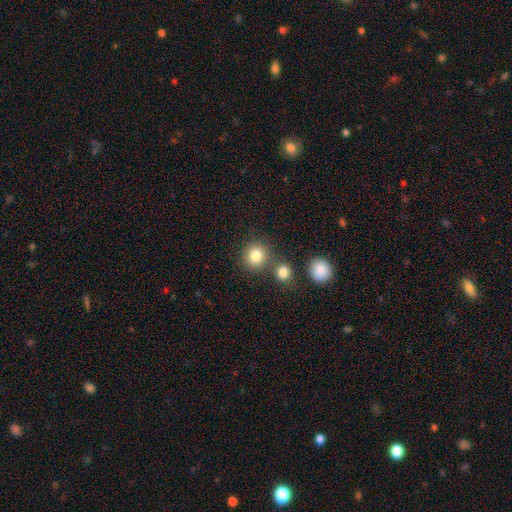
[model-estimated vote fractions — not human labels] This is clearly a smooth galaxy (82%). How rounded: clearly round (86%). Merging: likely none (74%).